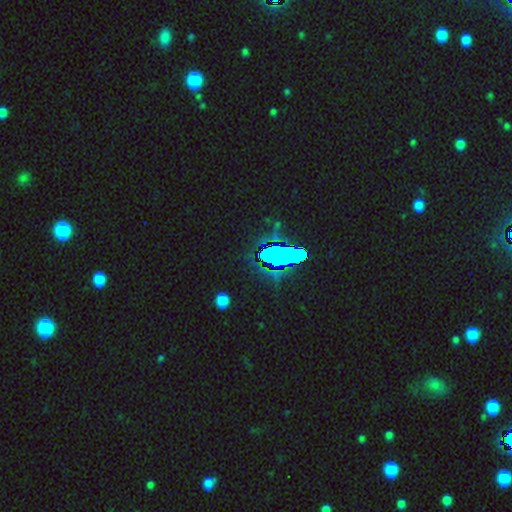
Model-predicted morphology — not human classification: Overall: star or artifact (81%).